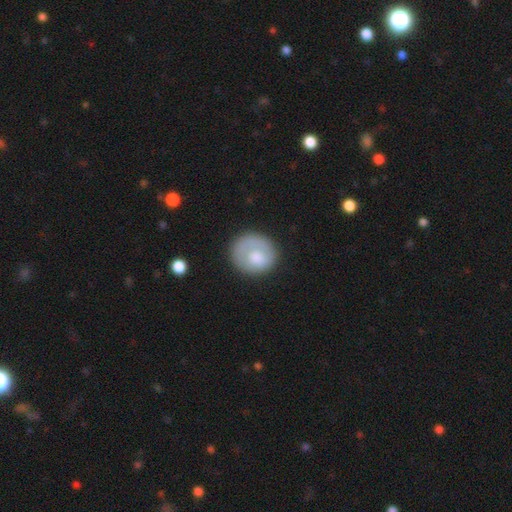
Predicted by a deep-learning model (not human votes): Smooth or featured? Predicted: smooth (p=0.67). How rounded? Predicted: round (p=0.75). Merging? Predicted: none (p=0.68).